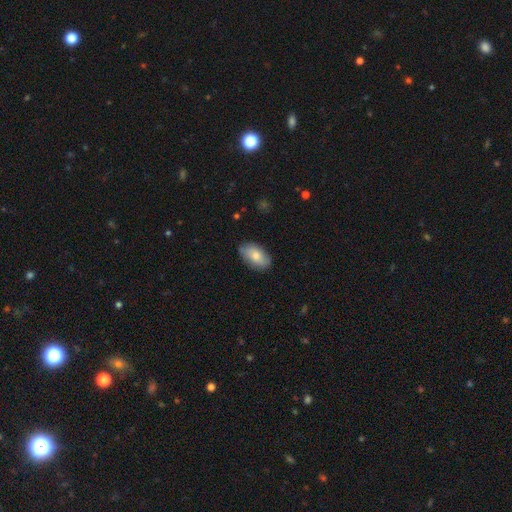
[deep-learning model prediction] Q: Smooth or featured?
A: smooth (77%); runner-up: featured or disk (17%)
Q: How rounded?
A: in between (93%); runner-up: round (4%)
Q: Merging?
A: none (83%); runner-up: minor disturbance (13%)